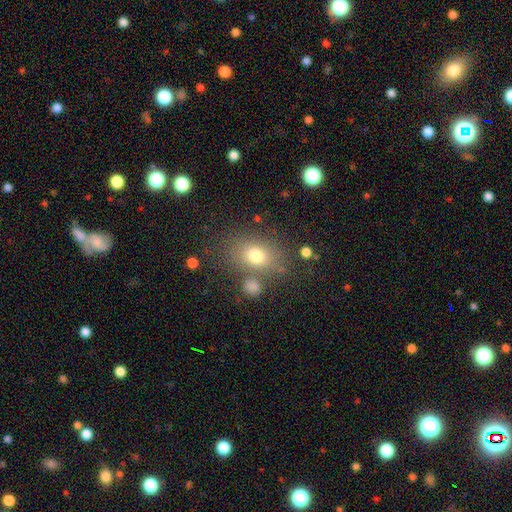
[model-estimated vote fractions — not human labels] smooth_or_featured: smooth (p=0.74) [alt: featured or disk p=0.13]
how_rounded: in between (p=0.69) [alt: round p=0.29]
merging: none (p=0.69) [alt: minor disturbance p=0.14]